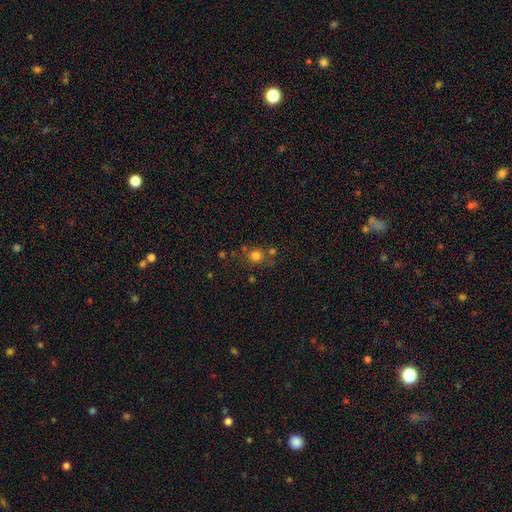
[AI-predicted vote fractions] Smooth or featured? Predicted: smooth (p=0.77). How rounded? Predicted: round (p=0.88). Merging? Predicted: none (p=0.65).